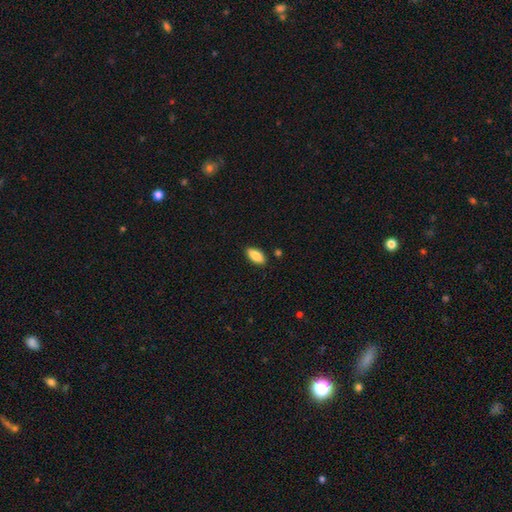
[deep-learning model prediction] A smooth galaxy with no disk features (88%) that is in between round and cigar-shaped (89%).

Vote fractions:
- Smooth or featured? smooth: 88% / star or artifact: 7% / featured or disk: 5%
- How rounded? in between: 89% / cigar-shaped: 9% / round: 2%
- Merging? none: 87% / minor disturbance: 9% / major disturbance: 2% / merger: 2%